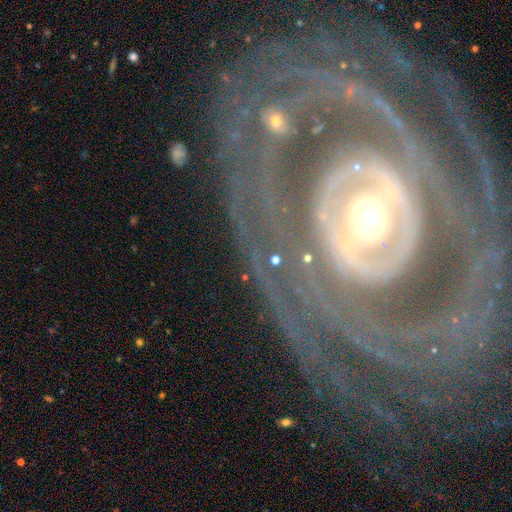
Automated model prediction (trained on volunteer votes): Smooth or featured? Predicted: featured or disk (p=0.89). Edge-on disk? Predicted: no (p=0.95). Bar? Predicted: no (p=0.38). Spiral arms? Predicted: yes (p=0.89). Spiral winding? Predicted: tight (p=0.75). Spiral arm count? Predicted: can't tell (p=0.32). Bulge size? Predicted: moderate (p=0.59). Merging? Predicted: none (p=0.74).